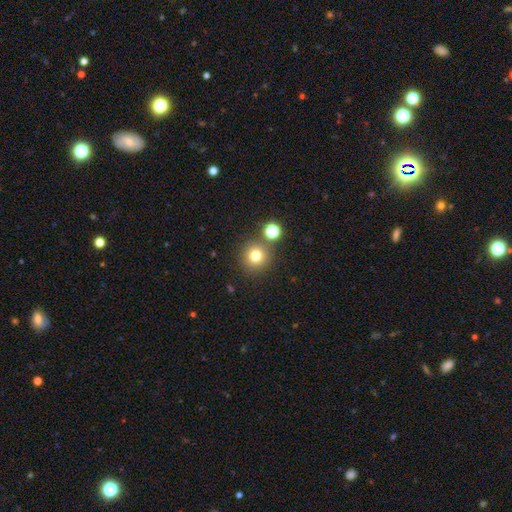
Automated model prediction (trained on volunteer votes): A smooth galaxy with no disk features (77%) that is round (94%). Merging: none (80%).